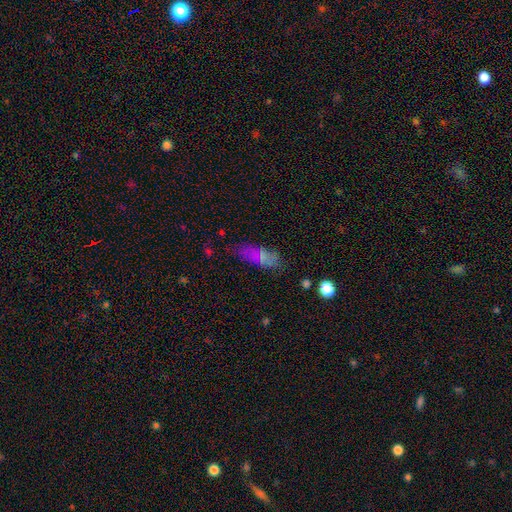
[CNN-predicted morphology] Smooth or featured: smooth — 62% (featured or disk — 23%)
How rounded: in between — 60% (cigar-shaped — 36%)
Merging: none — 71% (minor disturbance — 19%)